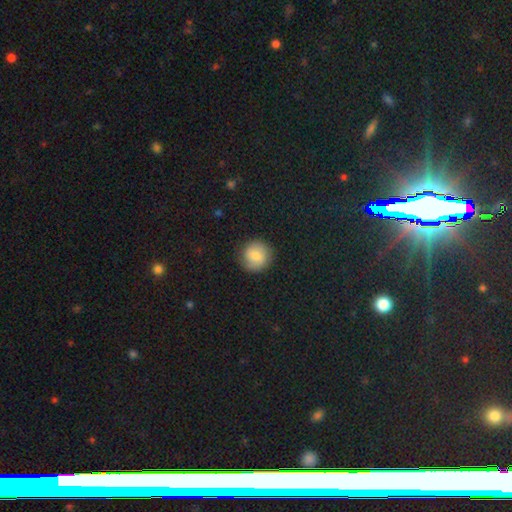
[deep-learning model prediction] smooth 77%, featured or disk 14%, star or artifact 9%. Down the decision tree: how rounded — round (93%); merging — none (86%).